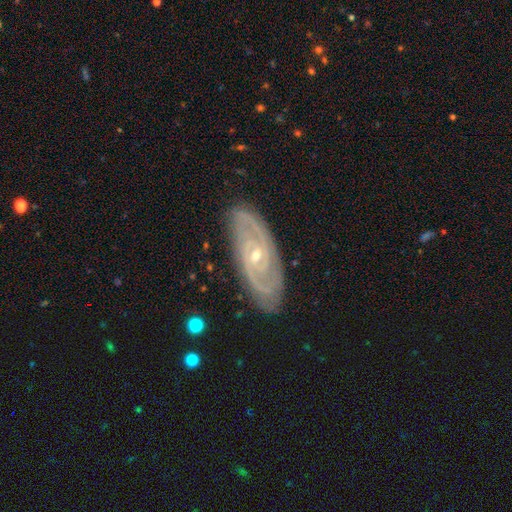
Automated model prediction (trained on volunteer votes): This appears to be a featured or disk galaxy (87%) with no bar (58%), 2 (55%) tight (64%) spiral arms (96%) and a small central bulge (71%). Merging: none (84%).